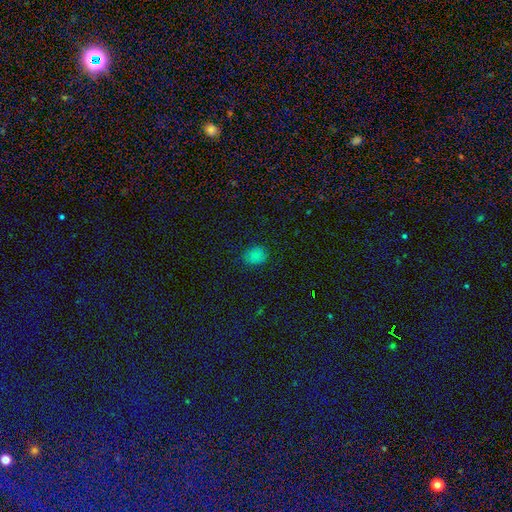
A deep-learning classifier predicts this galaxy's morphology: Q: Smooth or featured?
A: smooth (80%); runner-up: star or artifact (15%)
Q: How rounded?
A: round (60%); runner-up: in between (39%)
Q: Merging?
A: none (81%); runner-up: minor disturbance (14%)